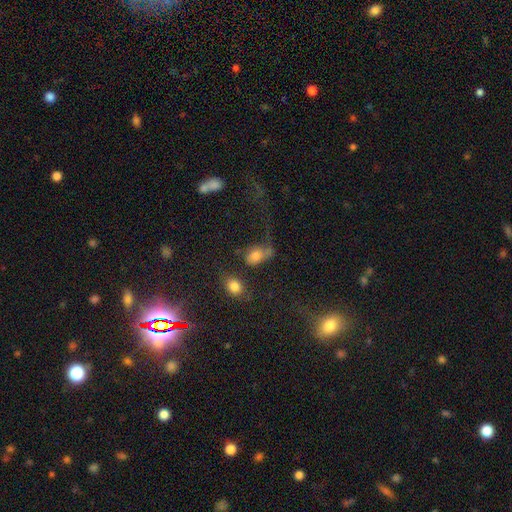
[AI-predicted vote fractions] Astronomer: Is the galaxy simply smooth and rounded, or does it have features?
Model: smooth — 69%.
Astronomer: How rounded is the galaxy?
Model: in between — 65%.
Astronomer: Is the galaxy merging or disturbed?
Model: major disturbance — 36% (runner-up: none, 28%).